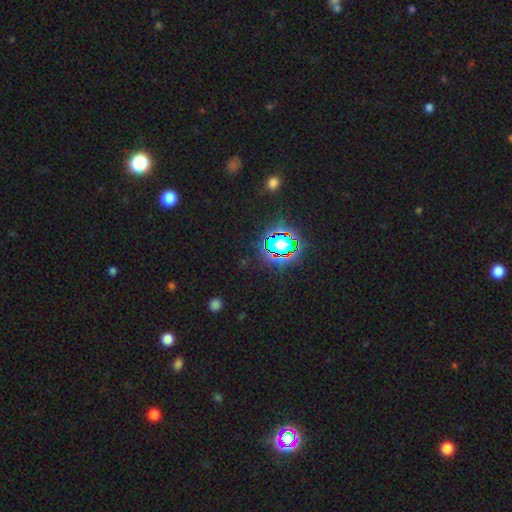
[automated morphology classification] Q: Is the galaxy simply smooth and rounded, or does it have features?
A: star or artifact — 79%.